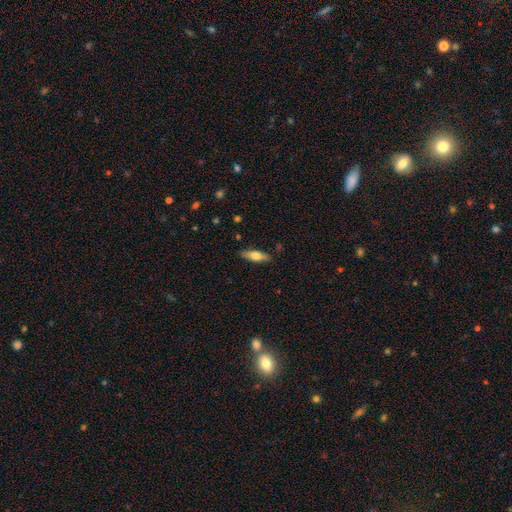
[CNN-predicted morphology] Smooth or featured: smooth — 58% (featured or disk — 36%)
How rounded: cigar-shaped — 51% (in between — 46%)
Merging: none — 87% (minor disturbance — 10%)